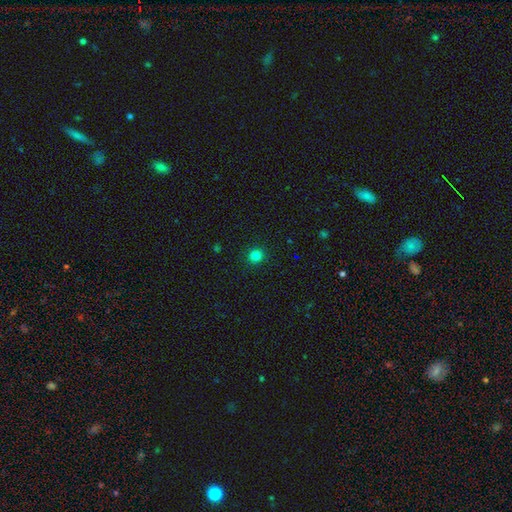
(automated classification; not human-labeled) smooth_or_featured: smooth (p=0.82) [alt: star or artifact p=0.14]
how_rounded: round (p=0.91) [alt: in between p=0.08]
merging: none (p=0.92) [alt: minor disturbance p=0.05]